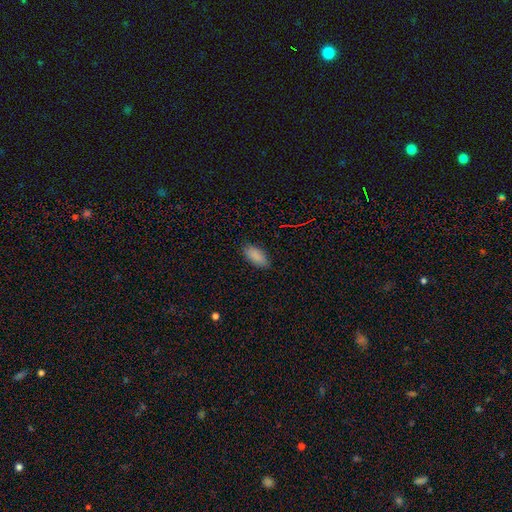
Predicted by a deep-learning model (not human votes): Smooth or featured?
  - smooth: 87% *
  - star or artifact: 8%
  - featured or disk: 4%
How rounded?
  - in between: 89% *
  - cigar-shaped: 8%
  - round: 2%
Merging?
  - none: 83% *
  - minor disturbance: 13%
  - major disturbance: 2%
  - merger: 1%